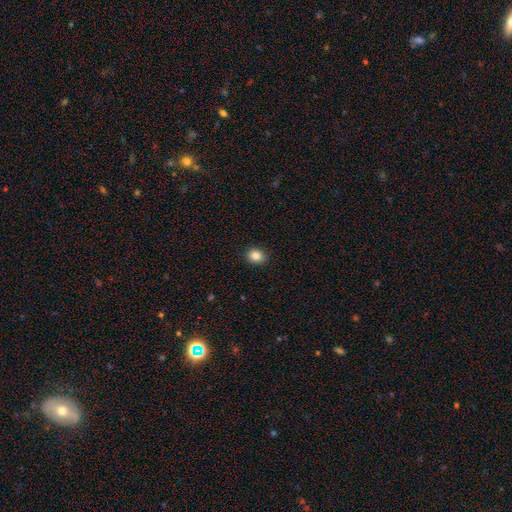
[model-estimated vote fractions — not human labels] smooth-or-featured: smooth: 84% | star or artifact: 10% | featured or disk: 6%
  how-rounded: round: 61% | in between: 38% | cigar-shaped: 1%
  merging: none: 91% | minor disturbance: 7% | major disturbance: 2% | merger: 1%